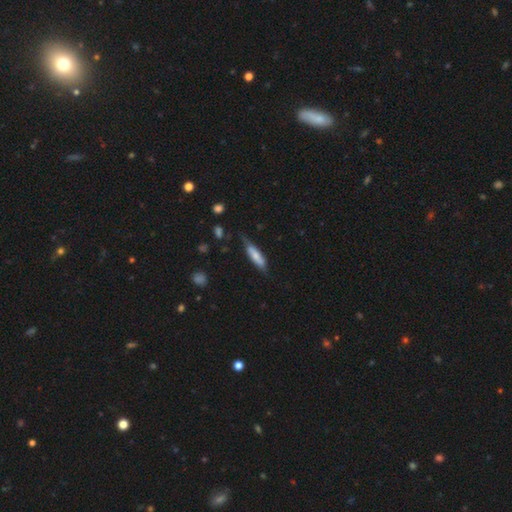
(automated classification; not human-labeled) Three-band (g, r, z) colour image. It shows a smooth galaxy with no disk features (65%) that is cigar-shaped (66%). Merging: none (57%).